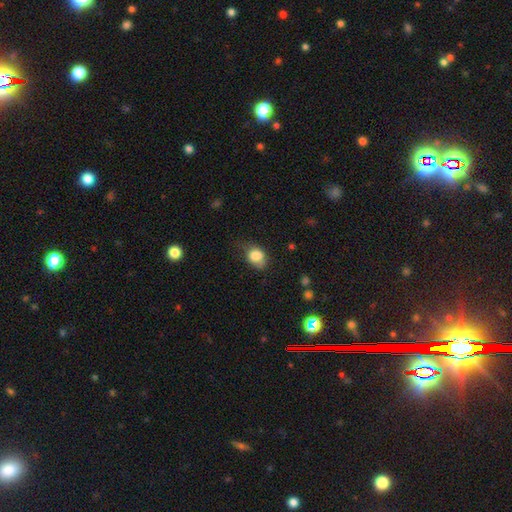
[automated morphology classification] A smooth galaxy with no disk features (81%) that is in between round and cigar-shaped (56%).

Vote fractions:
- Smooth or featured? smooth: 81% / featured or disk: 10% / star or artifact: 9%
- How rounded? in between: 56% / round: 43% / cigar-shaped: 1%
- Merging? none: 44% / minor disturbance: 37% / major disturbance: 15% / merger: 4%